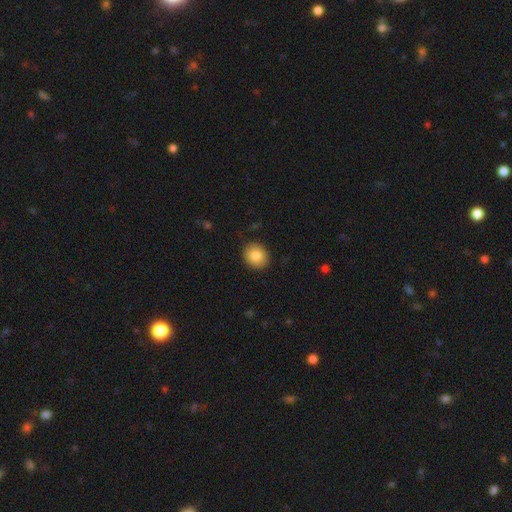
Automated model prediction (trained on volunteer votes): smooth 84%, star or artifact 8%, featured or disk 8%. Down the decision tree: how rounded — round (79%); merging — none (91%).